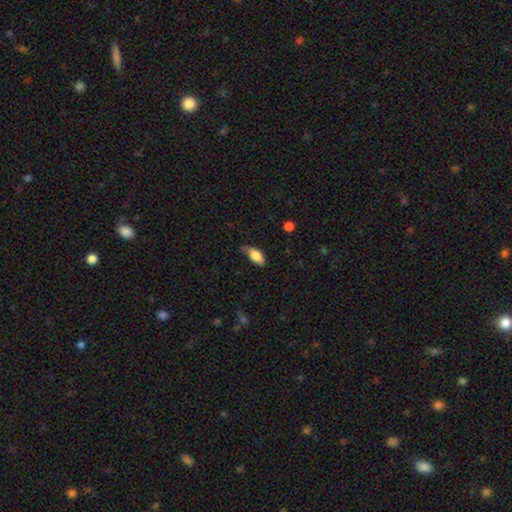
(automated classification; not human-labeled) Q: Smooth or featured?
A: smooth (78%); runner-up: featured or disk (15%)
Q: How rounded?
A: in between (87%); runner-up: cigar-shaped (10%)
Q: Merging?
A: none (55%); runner-up: minor disturbance (35%)